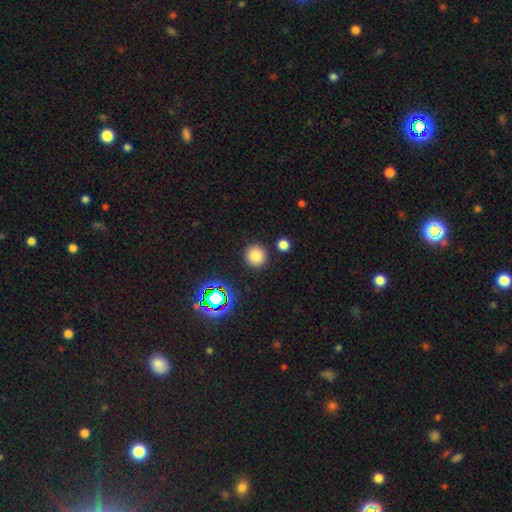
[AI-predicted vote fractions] smooth-or-featured: smooth: 80% | star or artifact: 15% | featured or disk: 6%
  how-rounded: round: 92% | in between: 7% | cigar-shaped: 1%
  merging: none: 88% | minor disturbance: 7% | merger: 3% | major disturbance: 2%